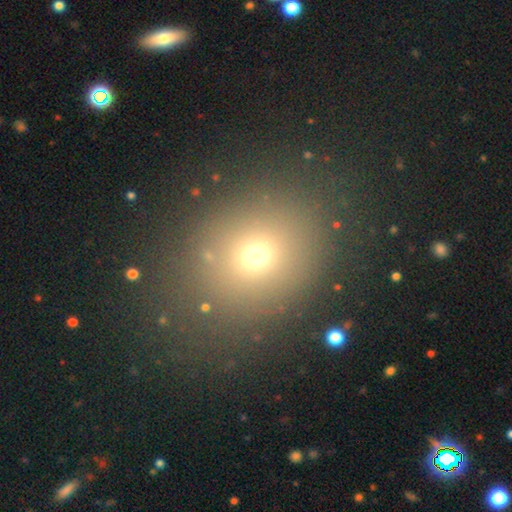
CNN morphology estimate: The model was most divided on "how rounded": round: 71%, in between: 28%, cigar-shaped: 1%. More confident: merging — none (78%); smooth or featured — smooth (66%).